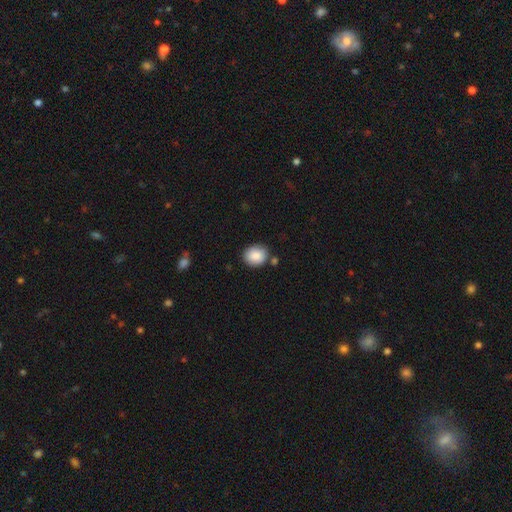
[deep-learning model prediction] smooth-or-featured: smooth: 87% | star or artifact: 7% | featured or disk: 6%
  how-rounded: round: 64% | in between: 35% | cigar-shaped: 1%
  merging: none: 77% | minor disturbance: 13% | merger: 7% | major disturbance: 3%